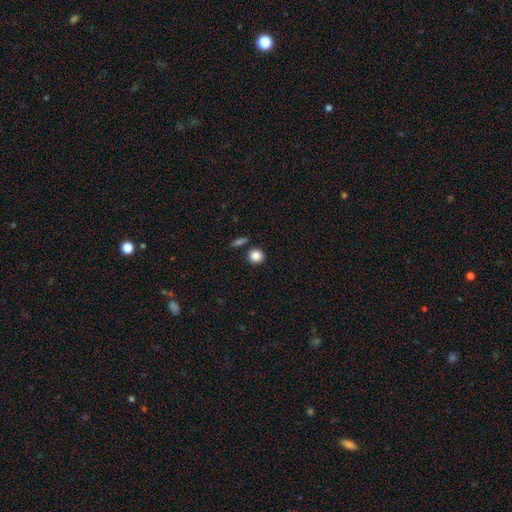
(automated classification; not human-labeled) This is clearly a smooth galaxy (86%). How rounded: clearly round (89%). Merging: clearly none (84%).